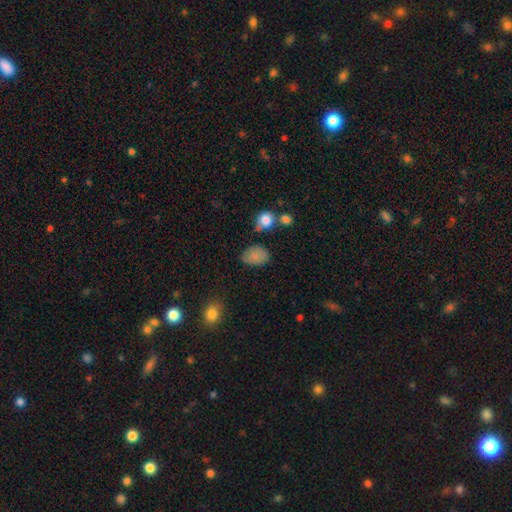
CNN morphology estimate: Smooth or featured: smooth — 81% (star or artifact — 10%)
How rounded: in between — 81% (round — 18%)
Merging: none — 66% (minor disturbance — 23%)